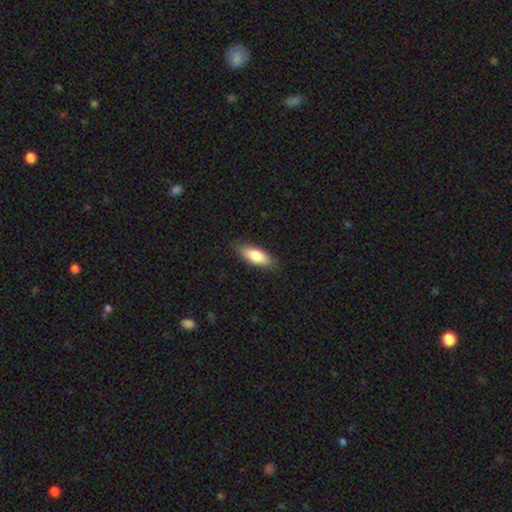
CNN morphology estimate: A smooth galaxy with no disk features (79%) that is in between round and cigar-shaped (74%). Merging: none (85%).